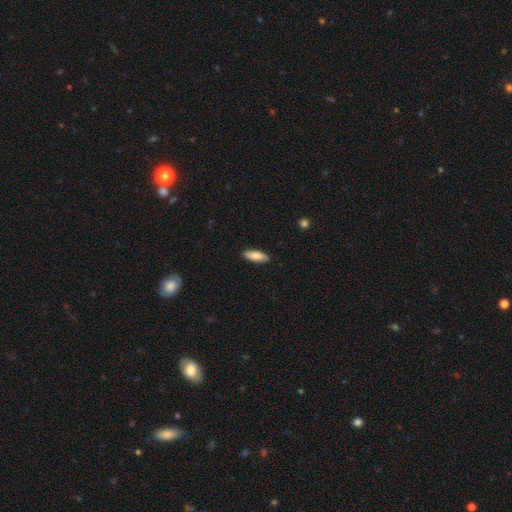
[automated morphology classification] Smooth or featured?
  - smooth: 85% *
  - featured or disk: 10%
  - star or artifact: 6%
How rounded?
  - in between: 63% *
  - cigar-shaped: 35%
  - round: 2%
Merging?
  - none: 90% *
  - minor disturbance: 8%
  - major disturbance: 2%
  - merger: 1%